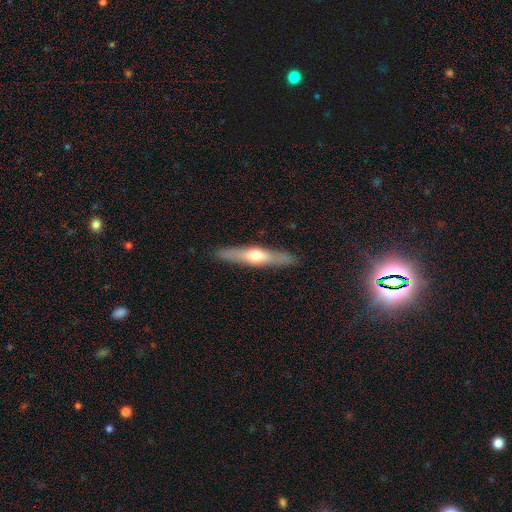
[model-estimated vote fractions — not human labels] Morphology: type=featured or disk (54%); edge-on=yes (91%); merging=none (90%).